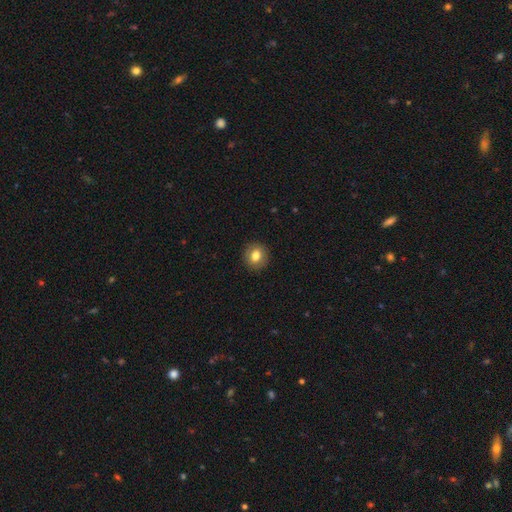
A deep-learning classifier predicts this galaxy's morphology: A smooth galaxy with no disk features (80%) that is round (84%). Merging: none (91%).